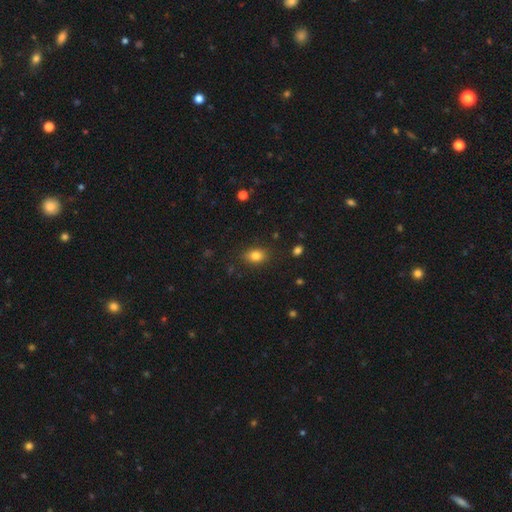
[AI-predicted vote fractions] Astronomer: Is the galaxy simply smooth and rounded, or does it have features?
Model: smooth — 82%.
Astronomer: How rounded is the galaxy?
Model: in between — 72%.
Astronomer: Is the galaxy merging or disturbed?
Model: none — 85%.